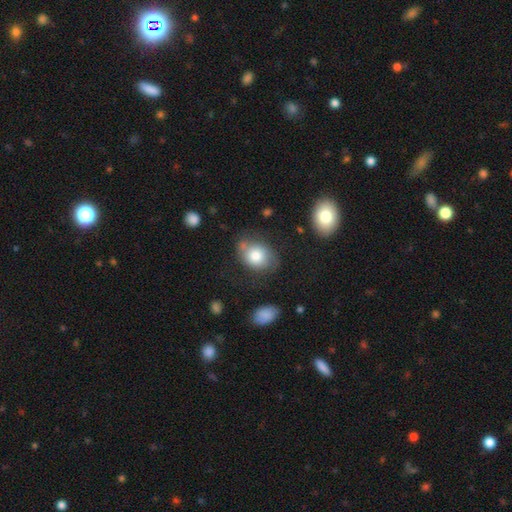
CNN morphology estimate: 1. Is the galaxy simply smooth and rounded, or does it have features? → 76% smooth, 16% featured or disk, 8% star or artifact.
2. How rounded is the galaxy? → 60% in between, 39% round, 1% cigar-shaped.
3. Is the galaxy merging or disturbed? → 58% none, 26% minor disturbance, 10% major disturbance, 6% merger.